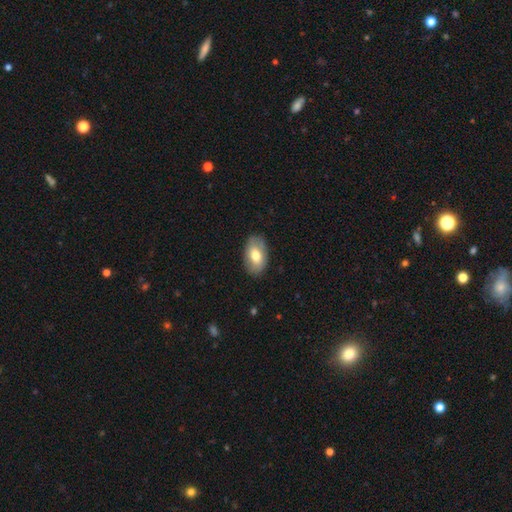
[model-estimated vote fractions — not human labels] Q: Smooth or featured?
A: smooth (69%); runner-up: featured or disk (25%)
Q: How rounded?
A: in between (91%); runner-up: round (8%)
Q: Merging?
A: none (83%); runner-up: minor disturbance (13%)